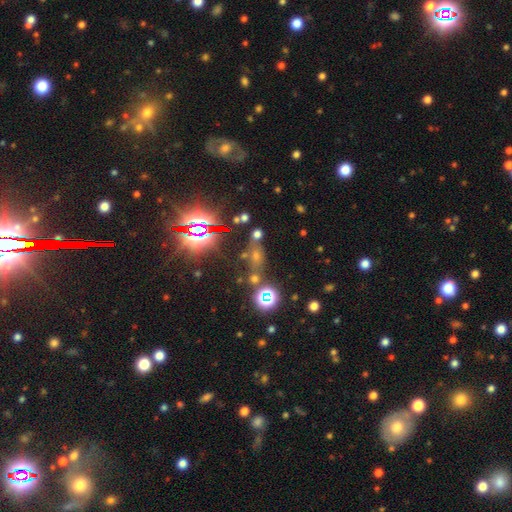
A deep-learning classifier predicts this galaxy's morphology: Smooth or featured: star or artifact — 57% (smooth — 30%)